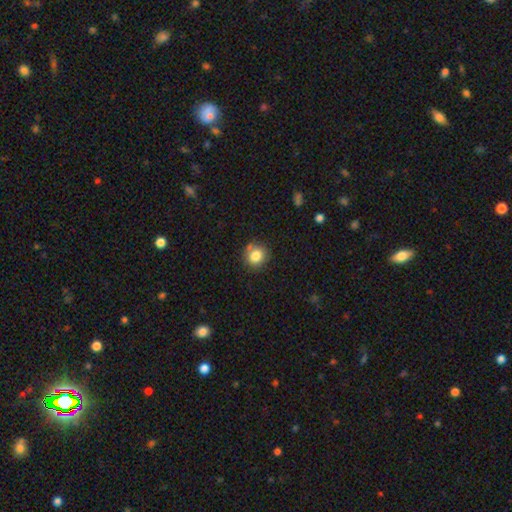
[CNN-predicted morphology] Q: Smooth or featured?
A: smooth (82%); runner-up: star or artifact (10%)
Q: How rounded?
A: round (85%); runner-up: in between (14%)
Q: Merging?
A: none (78%); runner-up: minor disturbance (12%)